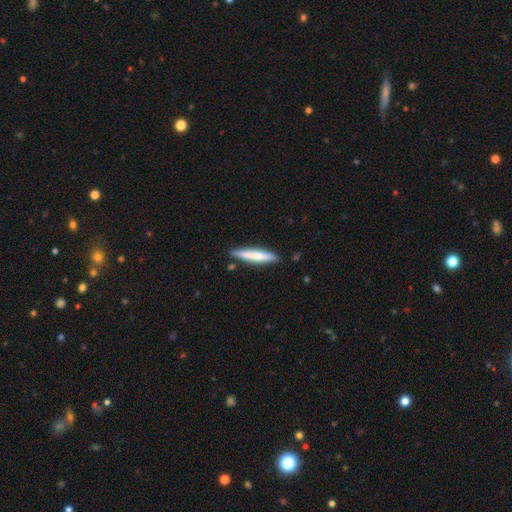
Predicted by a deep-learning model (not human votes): This appears to be a smooth galaxy with no disk features (61%) that is cigar-shaped (90%). Merging: none (84%).